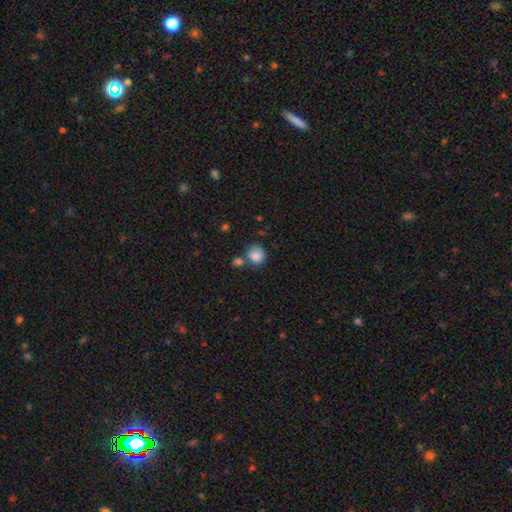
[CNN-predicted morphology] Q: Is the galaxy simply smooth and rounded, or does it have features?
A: smooth — 85%.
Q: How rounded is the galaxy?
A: round — 76%.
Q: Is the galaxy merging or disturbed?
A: none — 52%.